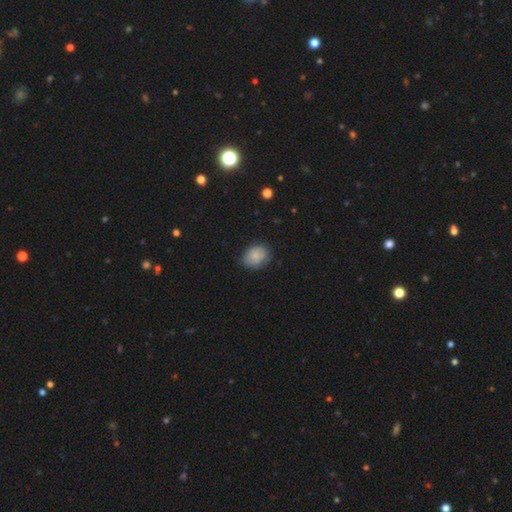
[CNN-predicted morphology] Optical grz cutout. It shows a smooth galaxy with no disk features (82%) that is in between round and cigar-shaped (55%). Merging: none (72%).